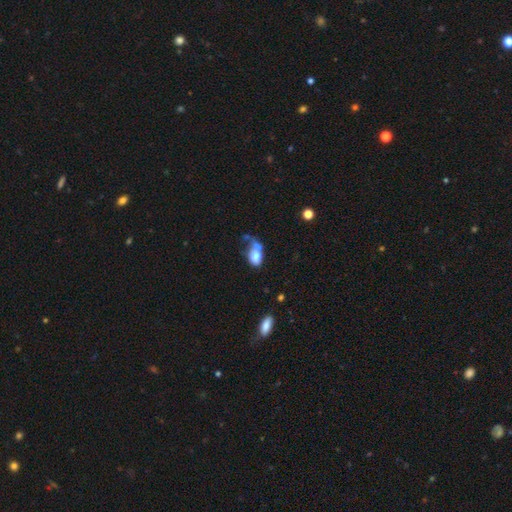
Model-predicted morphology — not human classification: Smooth or featured: smooth — 73% (featured or disk — 18%)
How rounded: in between — 82% (round — 15%)
Merging: merger — 29% (major disturbance — 25%)